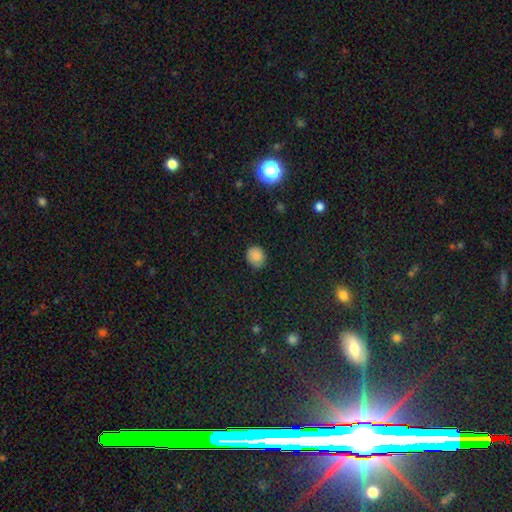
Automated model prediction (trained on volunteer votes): smooth_or_featured: smooth (p=0.84) [alt: star or artifact p=0.11]
how_rounded: round (p=0.75) [alt: in between p=0.24]
merging: none (p=0.80) [alt: minor disturbance p=0.16]